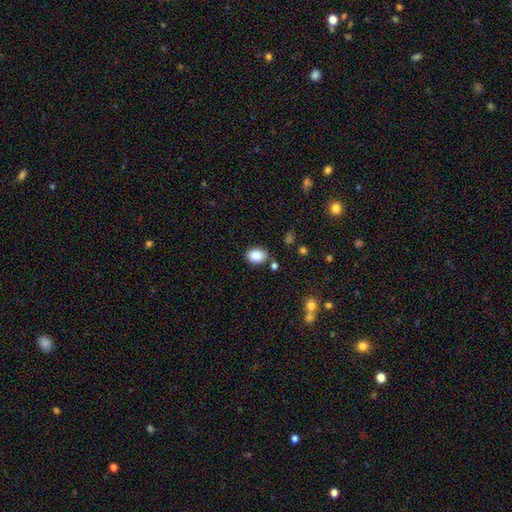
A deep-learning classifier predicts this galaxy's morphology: A smooth galaxy with no disk features (85%) that is in between round and cigar-shaped (67%). Merging: none (80%).